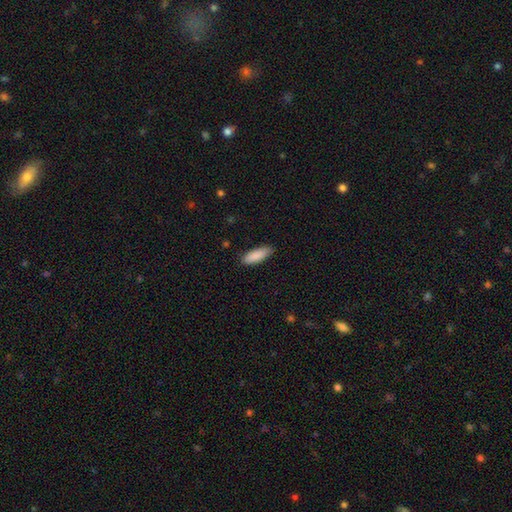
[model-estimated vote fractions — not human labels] Smooth or featured? smooth (89%)
How rounded? in between (55%)
Merging? none (85%)